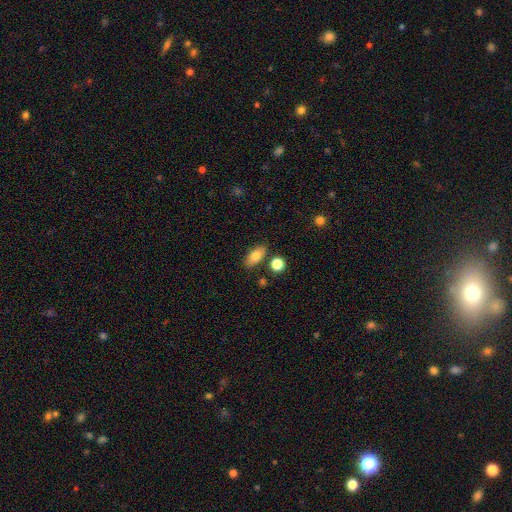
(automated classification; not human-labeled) Smooth or featured?
  - smooth: 79% *
  - featured or disk: 12%
  - star or artifact: 8%
How rounded?
  - in between: 86% *
  - round: 7%
  - cigar-shaped: 7%
Merging?
  - none: 80% *
  - minor disturbance: 11%
  - merger: 5%
  - major disturbance: 3%